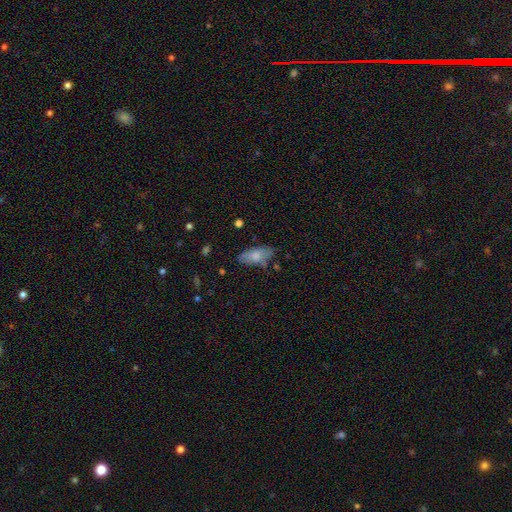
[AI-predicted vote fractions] Smooth or featured: smooth — 72% (featured or disk — 21%)
How rounded: in between — 85% (cigar-shaped — 12%)
Merging: none — 69% (minor disturbance — 22%)